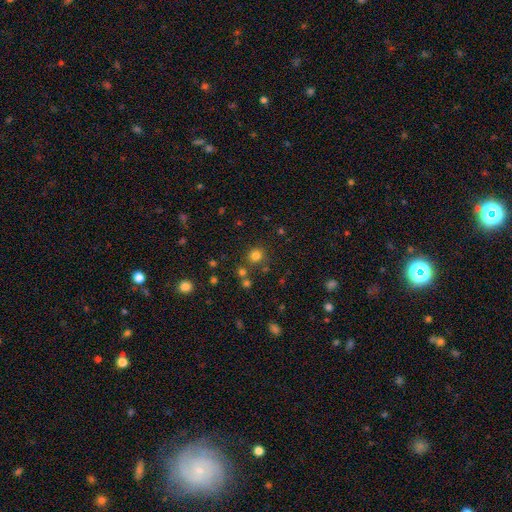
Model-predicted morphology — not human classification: smooth_or_featured: smooth (p=0.76) [alt: star or artifact p=0.18]
how_rounded: round (p=0.91) [alt: in between p=0.08]
merging: none (p=0.79) [alt: merger p=0.10]